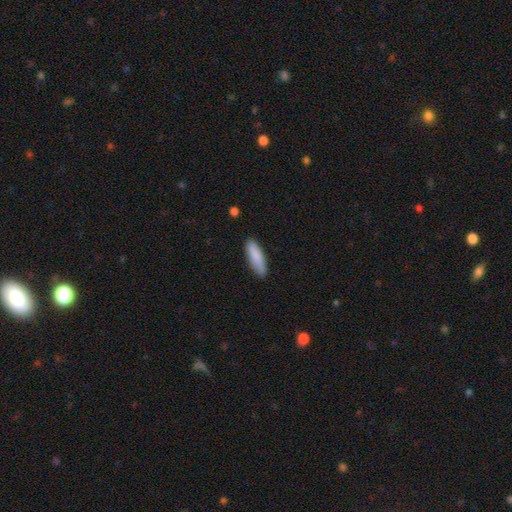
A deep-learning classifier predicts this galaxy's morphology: Smooth or featured: smooth — 88% (featured or disk — 7%)
How rounded: cigar-shaped — 53% (in between — 45%)
Merging: none — 85% (minor disturbance — 11%)